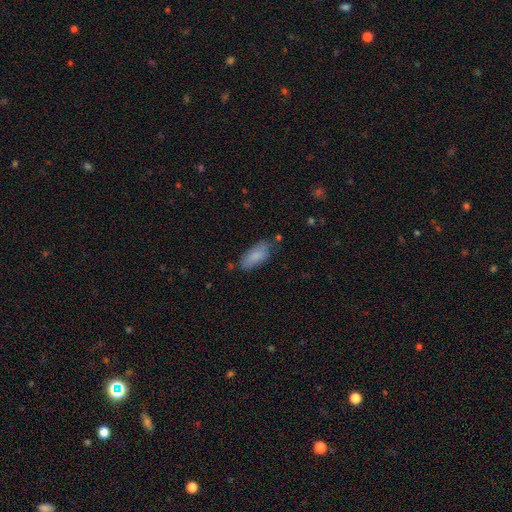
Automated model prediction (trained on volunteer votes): smooth 86%, featured or disk 8%, star or artifact 6%. Down the decision tree: how rounded — in between (82%); merging — none (72%).